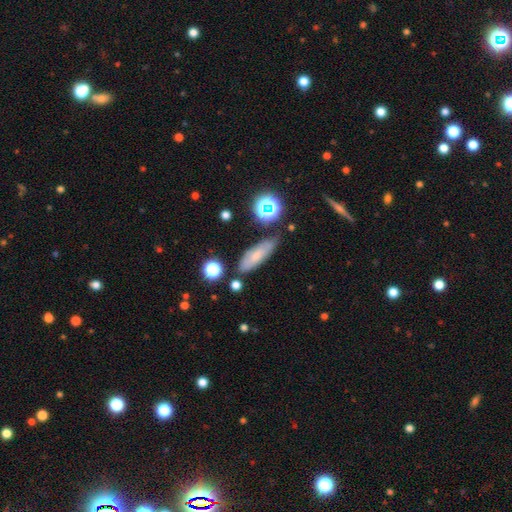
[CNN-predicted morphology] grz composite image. It shows a smooth galaxy with no disk features (61%) that is in between round and cigar-shaped (54%). Merging: none (71%).